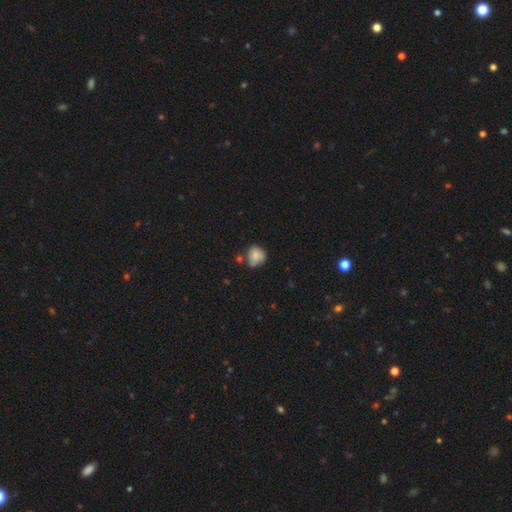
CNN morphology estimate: Smooth or featured? Predicted: smooth (p=0.76). How rounded? Predicted: round (p=0.77). Merging? Predicted: none (p=0.53).